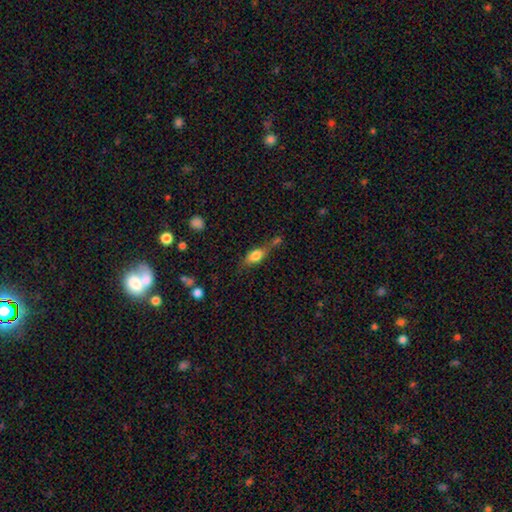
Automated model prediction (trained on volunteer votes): Q: Smooth or featured?
A: smooth (69%); runner-up: featured or disk (22%)
Q: How rounded?
A: in between (76%); runner-up: cigar-shaped (16%)
Q: Merging?
A: none (46%); runner-up: minor disturbance (24%)